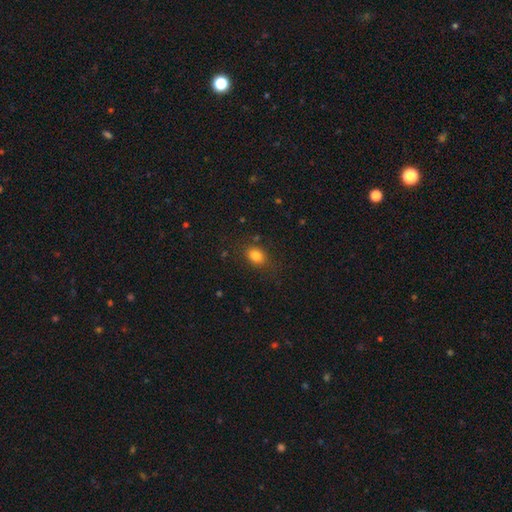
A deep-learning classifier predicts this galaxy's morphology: This is clearly a smooth galaxy (82%). How rounded: likely in between (63%). Merging: clearly none (81%).